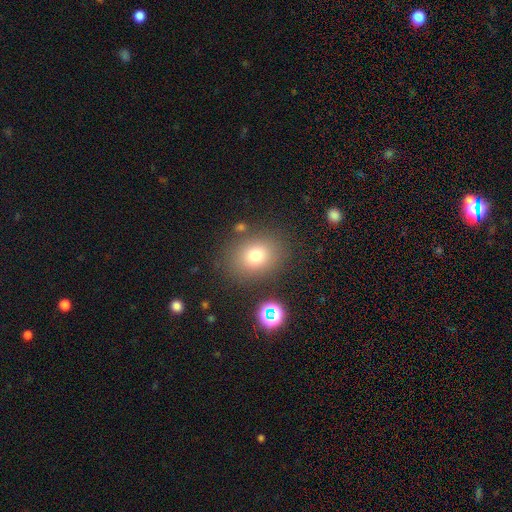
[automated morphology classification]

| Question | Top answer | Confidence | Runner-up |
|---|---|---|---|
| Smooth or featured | smooth | 76% | star or artifact (14%) |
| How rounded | in between | 50% | round (49%) |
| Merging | none | 82% | minor disturbance (10%) |